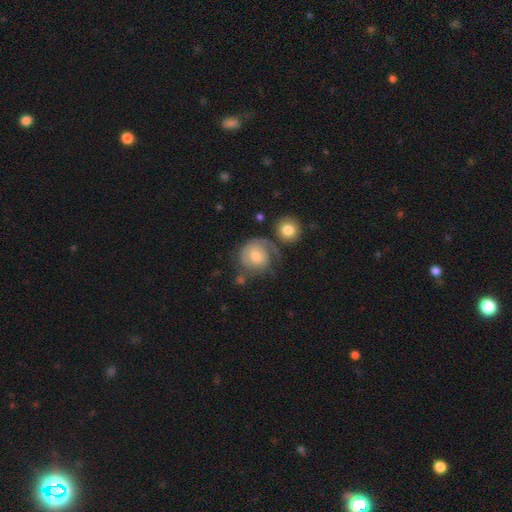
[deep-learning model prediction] Q: Smooth or featured?
A: featured or disk (58%); runner-up: smooth (34%)
Q: Edge-on disk?
A: no (97%); runner-up: yes (3%)
Q: Bar?
A: no (70%); runner-up: weak (26%)
Q: Spiral arms?
A: yes (83%); runner-up: no (17%)
Q: Bulge size?
A: moderate (57%); runner-up: small (33%)
Q: Merging?
A: none (55%); runner-up: minor disturbance (19%)